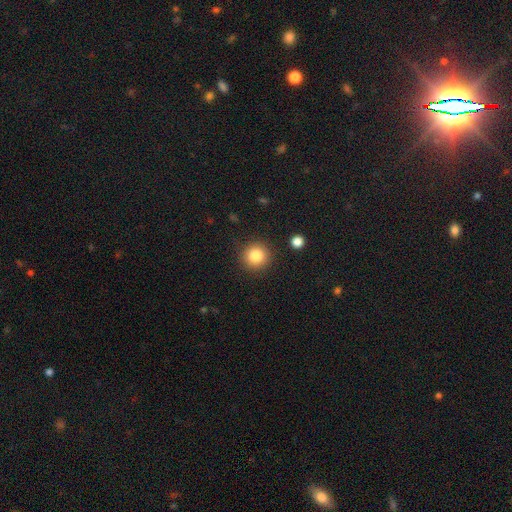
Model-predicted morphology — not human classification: Smooth or featured: smooth — 83% (star or artifact — 10%)
How rounded: round — 94% (in between — 5%)
Merging: none — 89% (minor disturbance — 6%)